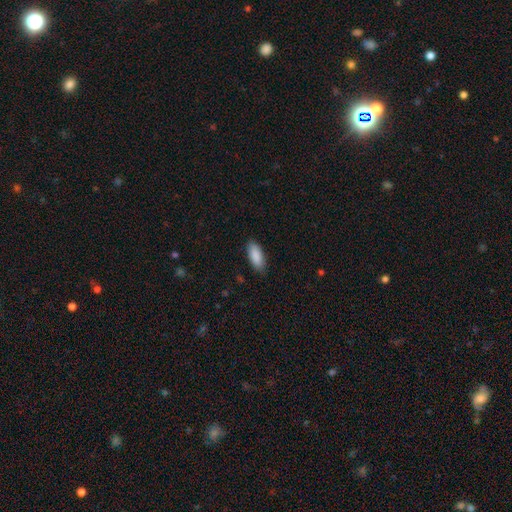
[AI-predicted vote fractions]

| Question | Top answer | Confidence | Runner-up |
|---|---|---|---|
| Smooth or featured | smooth | 90% | star or artifact (6%) |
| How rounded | in between | 85% | cigar-shaped (13%) |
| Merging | none | 86% | minor disturbance (11%) |